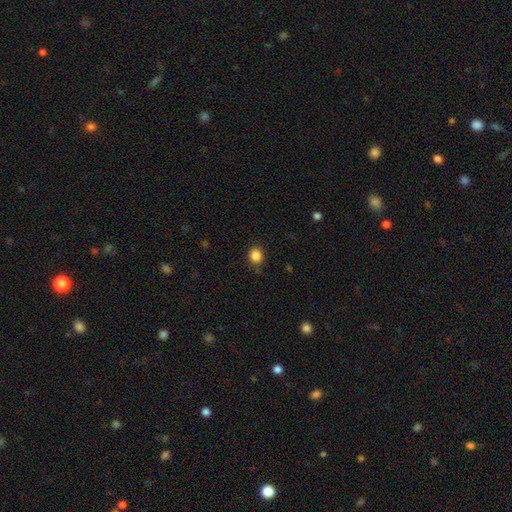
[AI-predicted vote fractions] A smooth galaxy with no disk features (85%) that is round (79%).

Vote fractions:
- Smooth or featured? smooth: 85% / star or artifact: 11% / featured or disk: 4%
- How rounded? round: 79% / in between: 20% / cigar-shaped: 1%
- Merging? none: 85% / minor disturbance: 10% / major disturbance: 3% / merger: 2%